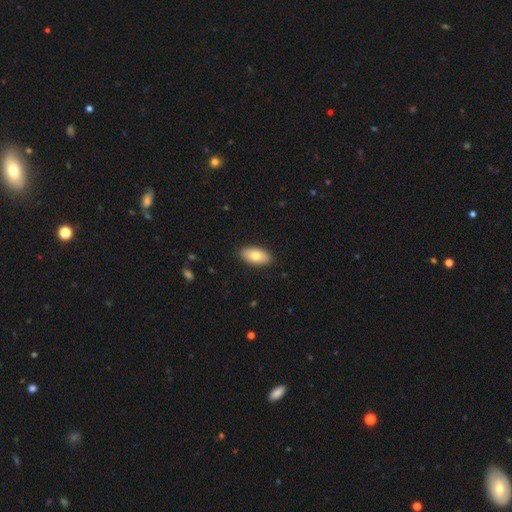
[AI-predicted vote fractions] A smooth galaxy with no disk features (77%) that is in between round and cigar-shaped (93%).

Vote fractions:
- Smooth or featured? smooth: 77% / featured or disk: 17% / star or artifact: 6%
- How rounded? in between: 93% / cigar-shaped: 4% / round: 3%
- Merging? none: 89% / minor disturbance: 8% / major disturbance: 2% / merger: 1%